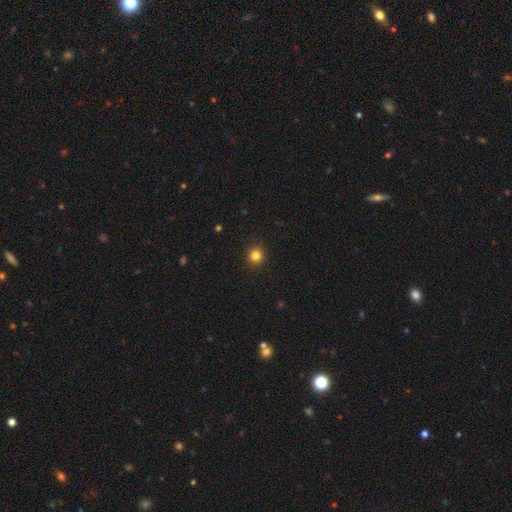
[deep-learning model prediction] Smooth or featured? Predicted: smooth (p=0.82). How rounded? Predicted: round (p=0.94). Merging? Predicted: none (p=0.92).